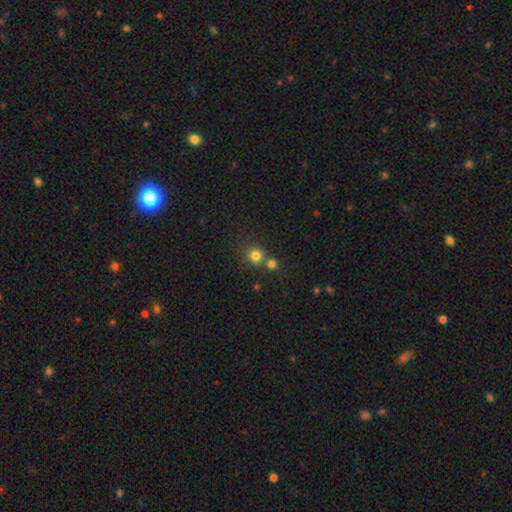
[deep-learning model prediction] Smooth or featured?
  - smooth: 78% *
  - star or artifact: 15%
  - featured or disk: 6%
How rounded?
  - round: 91% *
  - in between: 8%
  - cigar-shaped: 1%
Merging?
  - none: 62% *
  - merger: 28%
  - minor disturbance: 7%
  - major disturbance: 3%